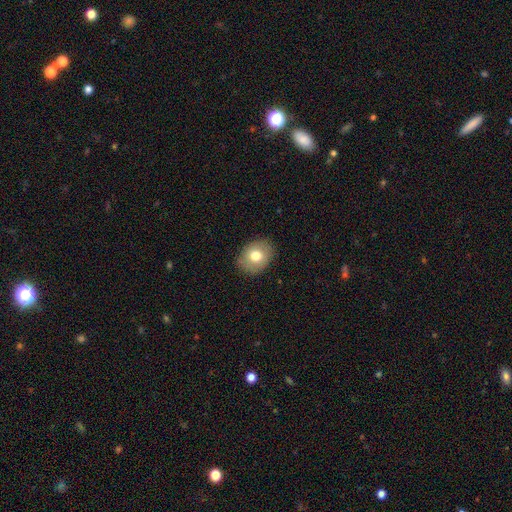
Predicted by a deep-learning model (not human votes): smooth_or_featured: smooth (p=0.75) [alt: featured or disk p=0.16]
how_rounded: in between (p=0.60) [alt: round p=0.39]
merging: none (p=0.86) [alt: minor disturbance p=0.10]